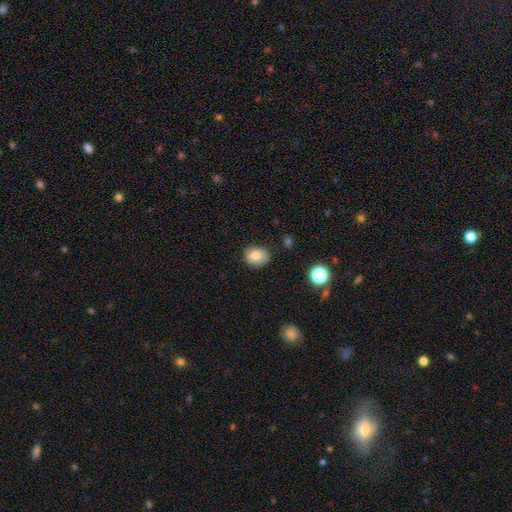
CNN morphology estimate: Smooth or featured: smooth — 82% (star or artifact — 9%)
How rounded: round — 60% (in between — 39%)
Merging: none — 77% (minor disturbance — 18%)